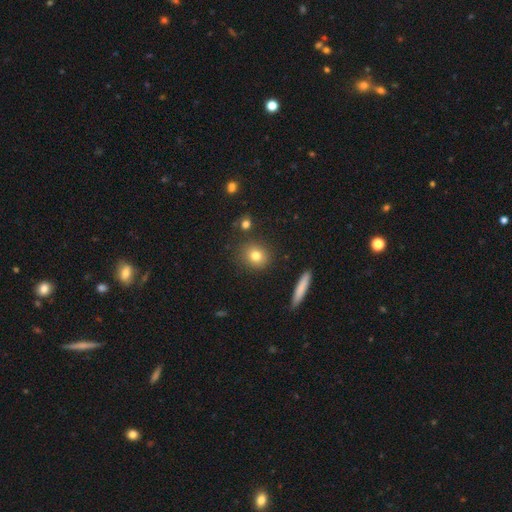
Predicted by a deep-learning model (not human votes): Smooth or featured: smooth — 79% (star or artifact — 11%)
How rounded: round — 75% (in between — 22%)
Merging: none — 86% (minor disturbance — 9%)